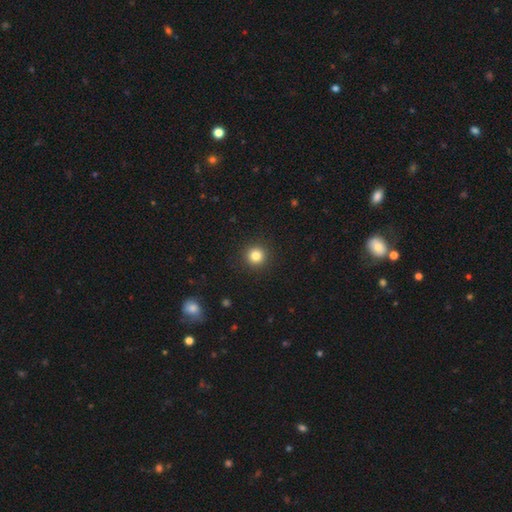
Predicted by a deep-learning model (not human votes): The model was most divided on "smooth or featured": smooth: 83%, star or artifact: 12%, featured or disk: 5%. More confident: how rounded — round (95%); merging — none (92%).